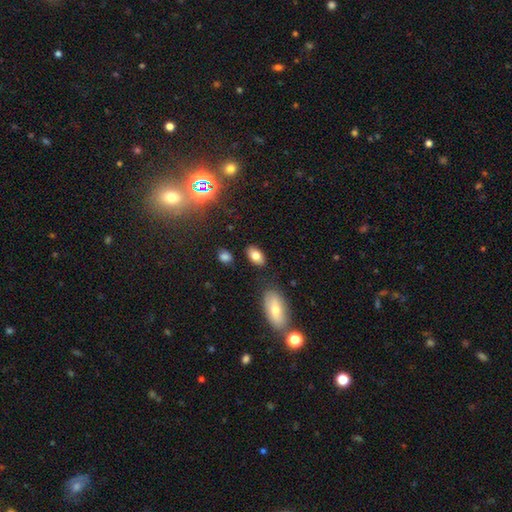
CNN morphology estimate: This is likely a smooth galaxy (79%). How rounded: clearly in between (92%). Merging: clearly none (83%).